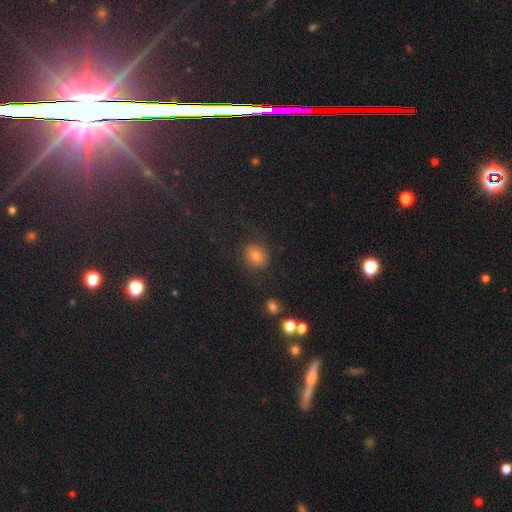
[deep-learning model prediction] Smooth or featured? smooth (69%)
How rounded? round (65%)
Merging? none (78%)